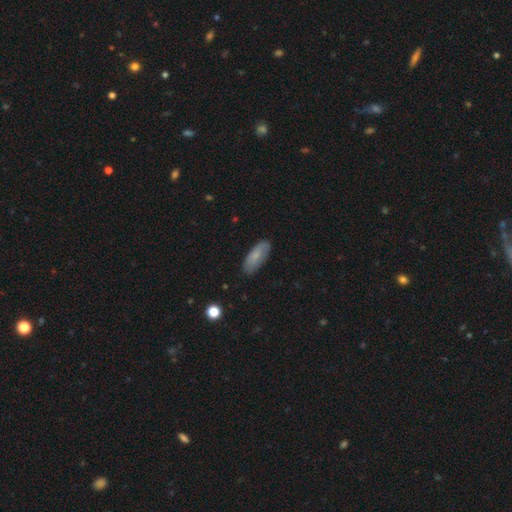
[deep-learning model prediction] Q: Smooth or featured?
A: smooth (75%); runner-up: featured or disk (18%)
Q: How rounded?
A: in between (80%); runner-up: cigar-shaped (18%)
Q: Merging?
A: none (81%); runner-up: minor disturbance (15%)